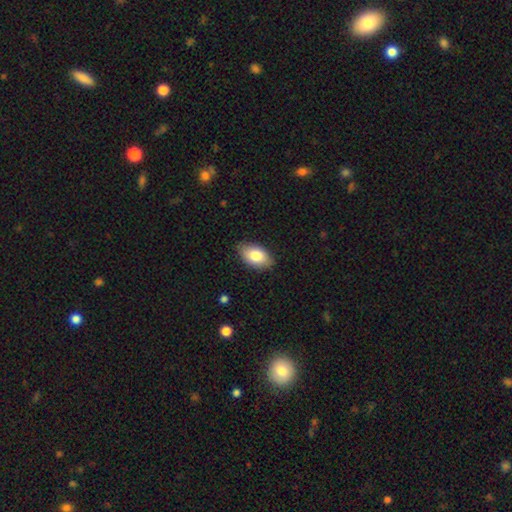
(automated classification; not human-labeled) This appears to be a smooth galaxy with no disk features (81%) that is in between round and cigar-shaped (93%). Merging: none (83%).